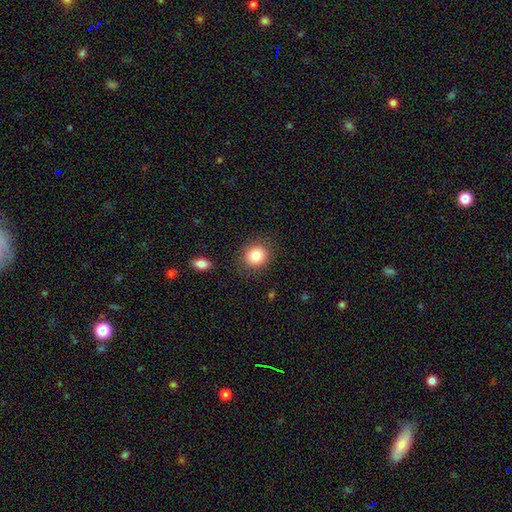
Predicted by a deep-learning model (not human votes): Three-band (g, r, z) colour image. It shows a smooth galaxy with no disk features (83%) that is round (83%). Merging: none (87%).